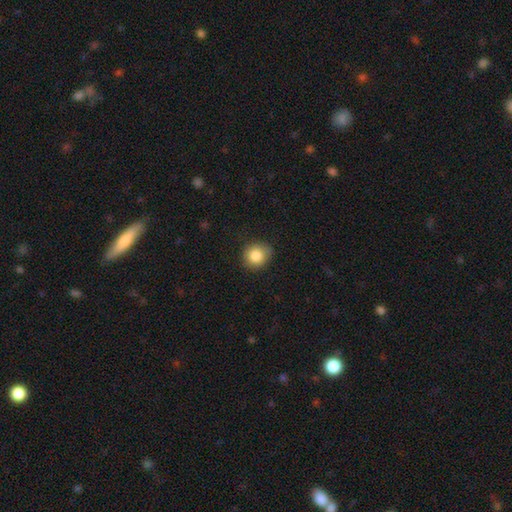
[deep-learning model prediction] This appears to be a smooth galaxy with no disk features (85%) that is round (86%). Merging: none (81%).